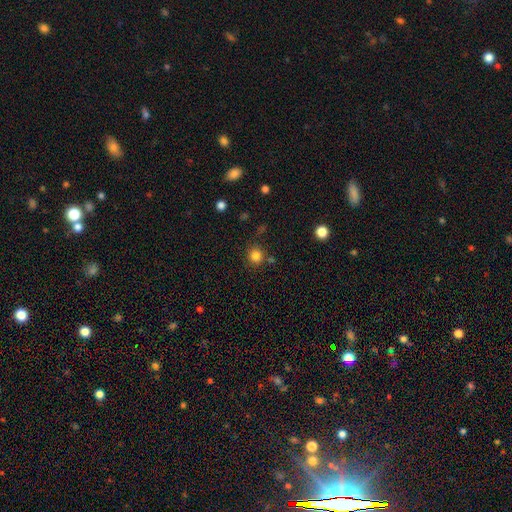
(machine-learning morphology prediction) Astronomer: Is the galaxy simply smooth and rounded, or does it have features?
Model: smooth — 83%.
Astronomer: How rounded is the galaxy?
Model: round — 90%.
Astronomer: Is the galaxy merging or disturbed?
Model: none — 80%.